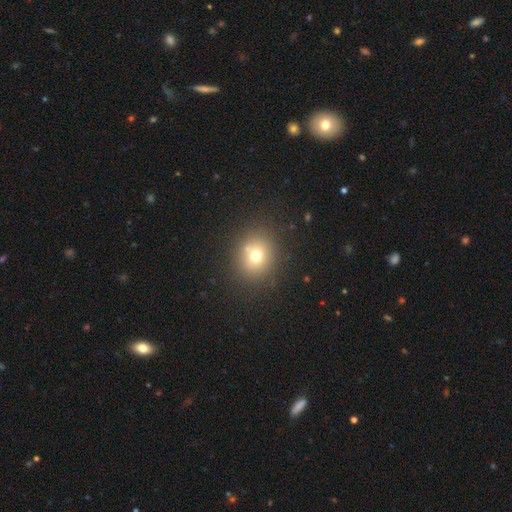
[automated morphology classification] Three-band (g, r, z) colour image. It shows a smooth galaxy with no disk features (69%) that is round (78%). Merging: none (79%).